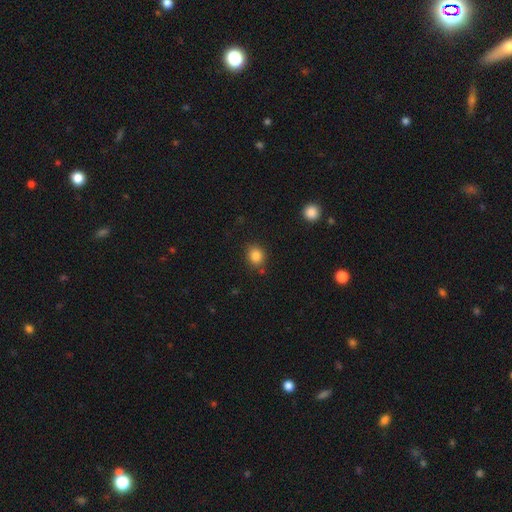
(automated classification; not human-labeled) smooth 85%, star or artifact 10%, featured or disk 5%. Down the decision tree: how rounded — round (70%); merging — none (80%).